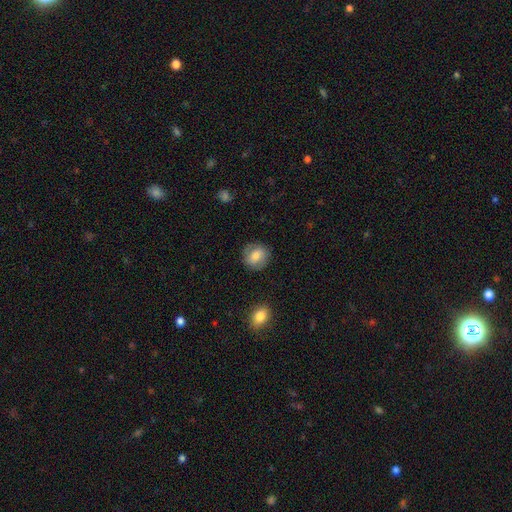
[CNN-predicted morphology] Smooth or featured: smooth — 74% (featured or disk — 18%)
How rounded: round — 80% (in between — 19%)
Merging: none — 83% (minor disturbance — 12%)